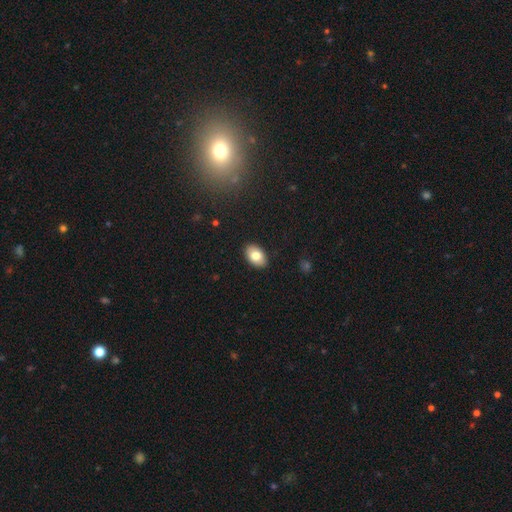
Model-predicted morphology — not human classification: smooth-or-featured: smooth: 80% | featured or disk: 13% | star or artifact: 7%
  how-rounded: in between: 90% | round: 9% | cigar-shaped: 1%
  merging: none: 89% | minor disturbance: 8% | major disturbance: 2% | merger: 1%